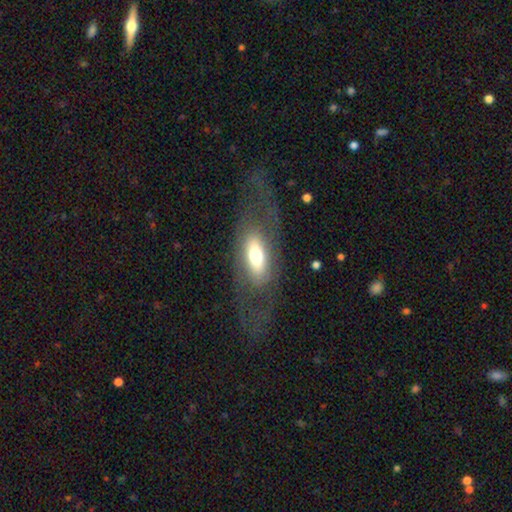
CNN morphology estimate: This is possibly a smooth galaxy (51%). How rounded: clearly in between (83%). Merging: likely none (62%).